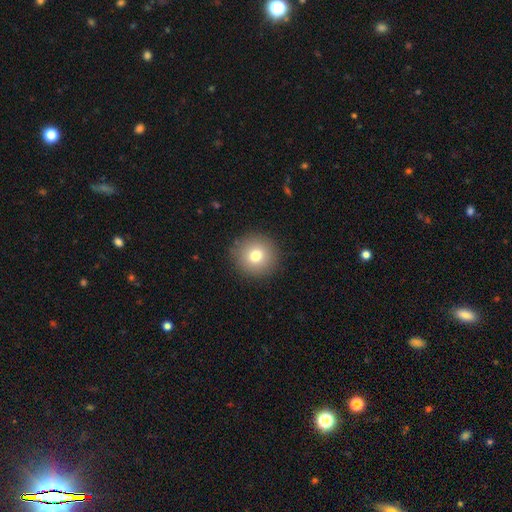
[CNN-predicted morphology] smooth-or-featured: smooth: 76% | featured or disk: 12% | star or artifact: 12%
  how-rounded: round: 95% | in between: 4% | cigar-shaped: 1%
  merging: none: 90% | minor disturbance: 6% | major disturbance: 2% | merger: 1%